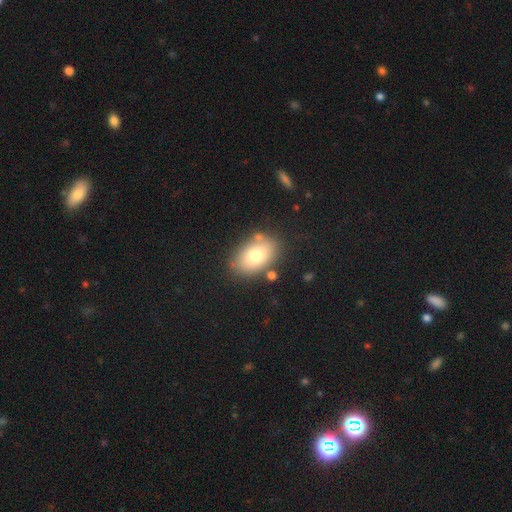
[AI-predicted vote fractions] smooth 75%, featured or disk 16%, star or artifact 9%. Down the decision tree: how rounded — in between (88%); merging — none (78%).